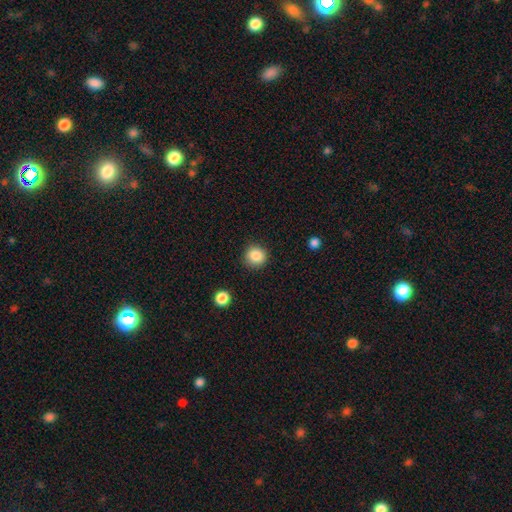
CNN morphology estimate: The model was most divided on "smooth or featured": smooth: 86%, star or artifact: 10%, featured or disk: 4%. More confident: how rounded — round (93%); merging — none (89%).